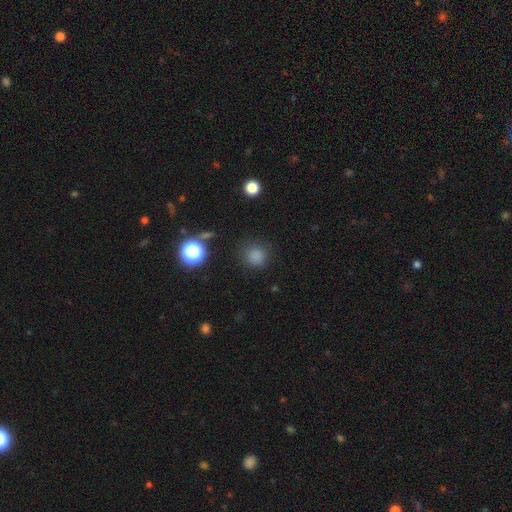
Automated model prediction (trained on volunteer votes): A smooth galaxy with no disk features (80%) that is round (91%). Merging: none (84%).